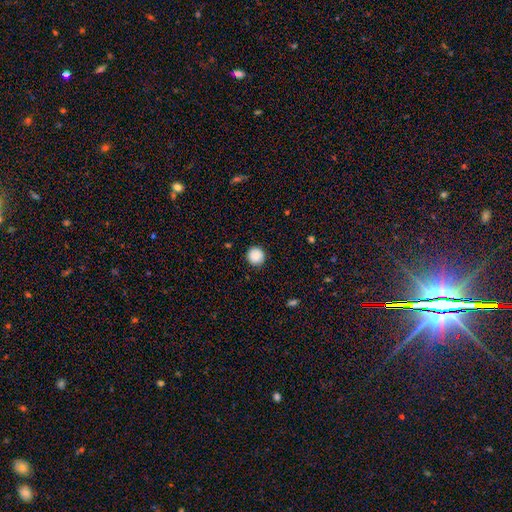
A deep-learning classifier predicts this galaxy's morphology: This is clearly a smooth galaxy (88%). How rounded: clearly round (95%). Merging: clearly none (91%).